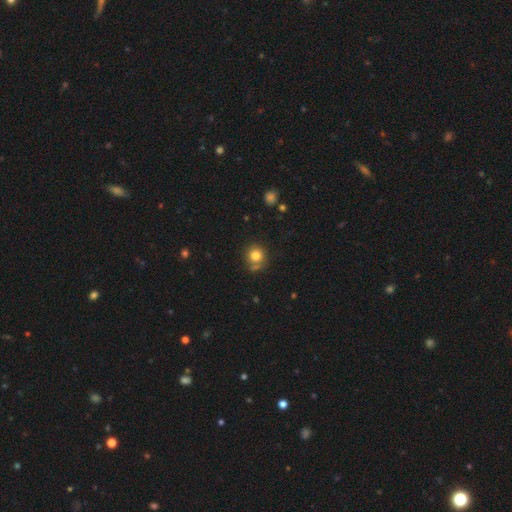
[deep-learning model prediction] This appears to be a smooth galaxy with no disk features (80%) that is round (91%). Merging: none (71%).